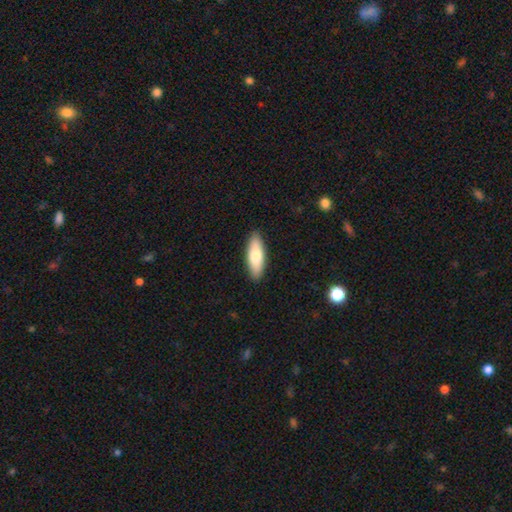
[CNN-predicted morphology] This is likely a smooth galaxy (74%). How rounded: possibly in between (59%). Merging: clearly none (90%).